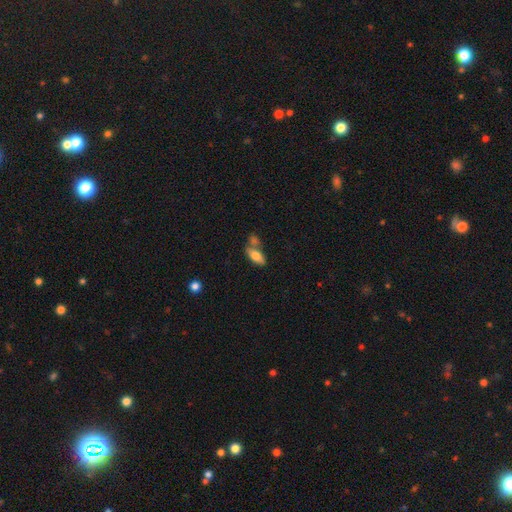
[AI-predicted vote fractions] This appears to be a smooth galaxy with no disk features (74%) that is in between round and cigar-shaped (84%). Merging: none (49%).